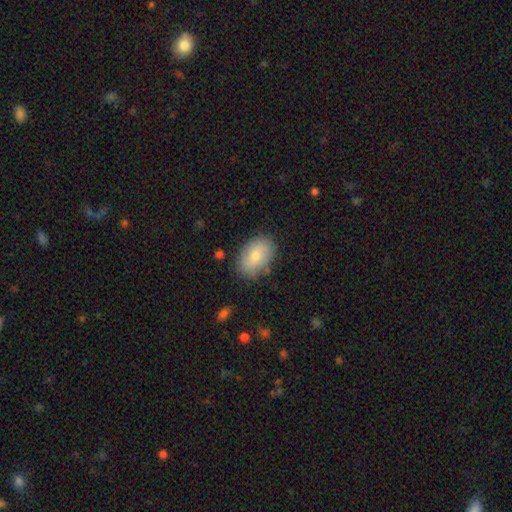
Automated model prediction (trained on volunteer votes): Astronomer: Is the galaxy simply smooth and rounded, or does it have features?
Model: smooth — 74%.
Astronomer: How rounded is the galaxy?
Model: in between — 87%.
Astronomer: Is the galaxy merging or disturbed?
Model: none — 79%.